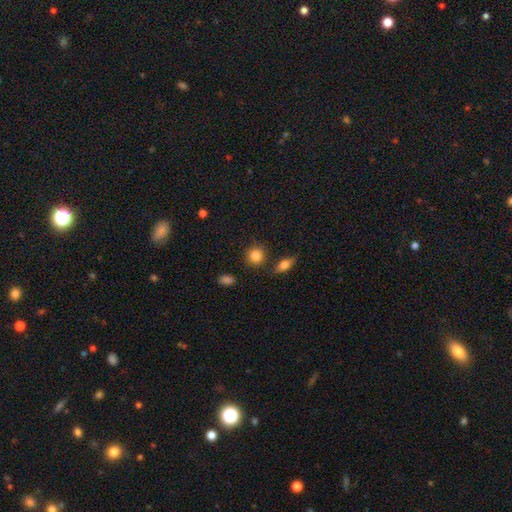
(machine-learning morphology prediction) The model was most divided on "merging": none: 82%, minor disturbance: 10%, merger: 5%, major disturbance: 3%. More confident: smooth or featured — smooth (86%); how rounded — round (86%).